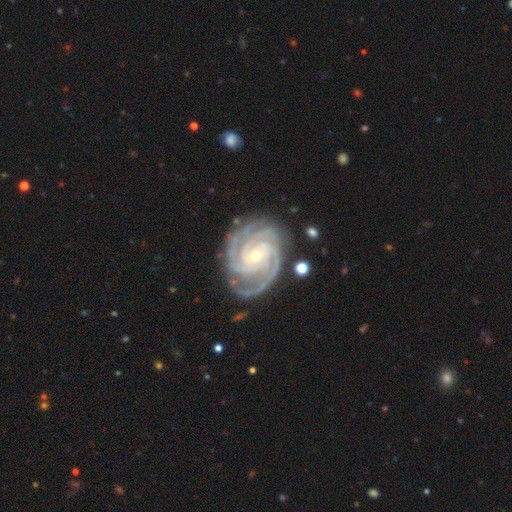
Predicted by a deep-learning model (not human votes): This is clearly a featured or disk galaxy (93%). It is clearly not viewed edge-on (98%). Bar: possibly no (57%). Spiral arm pattern: clearly yes (99%). Spiral arm count: marginally 4 (33%). Spiral winding: likely tight (79%). Central bulge: likely small (66%). Merging: likely none (79%).